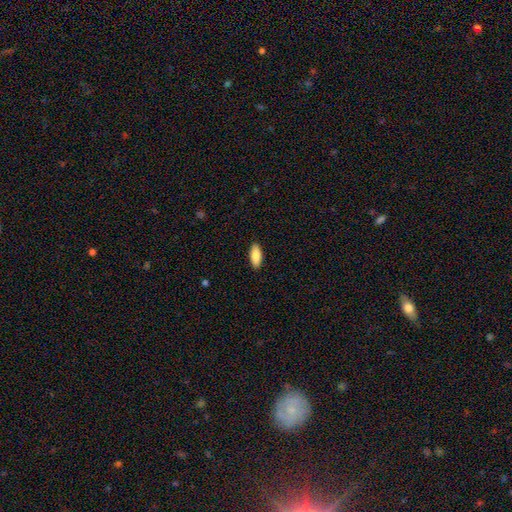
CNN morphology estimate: This appears to be a smooth galaxy with no disk features (88%) that is in between round and cigar-shaped (79%). Merging: none (90%).